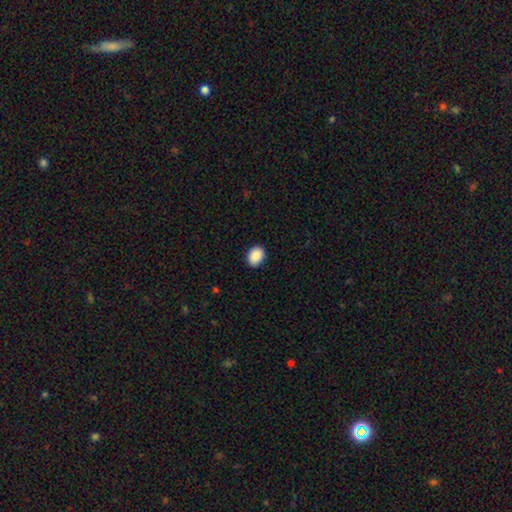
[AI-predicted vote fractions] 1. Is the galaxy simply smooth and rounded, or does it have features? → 90% smooth, 7% star or artifact, 3% featured or disk.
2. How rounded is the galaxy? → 65% in between, 34% round, 1% cigar-shaped.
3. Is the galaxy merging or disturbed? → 90% none, 8% minor disturbance, 2% major disturbance, 1% merger.